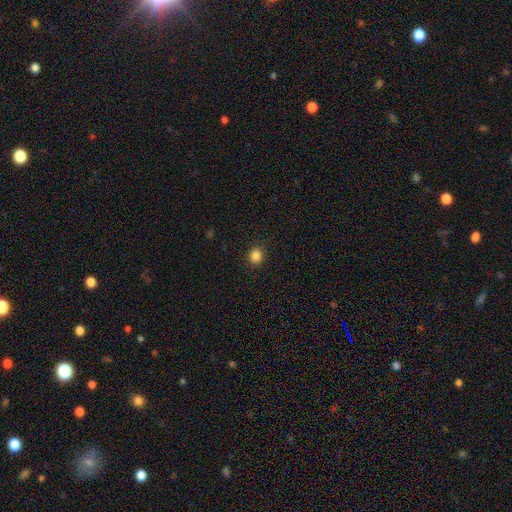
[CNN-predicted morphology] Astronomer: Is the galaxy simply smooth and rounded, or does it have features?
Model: smooth — 85%.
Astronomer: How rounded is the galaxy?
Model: round — 83%.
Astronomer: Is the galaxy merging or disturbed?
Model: none — 91%.